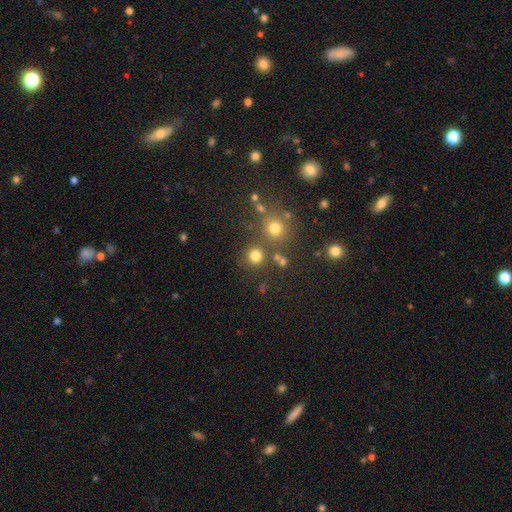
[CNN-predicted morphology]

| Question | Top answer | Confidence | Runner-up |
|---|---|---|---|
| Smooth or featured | smooth | 77% | star or artifact (18%) |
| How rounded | round | 93% | in between (6%) |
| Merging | none | 78% | merger (10%) |